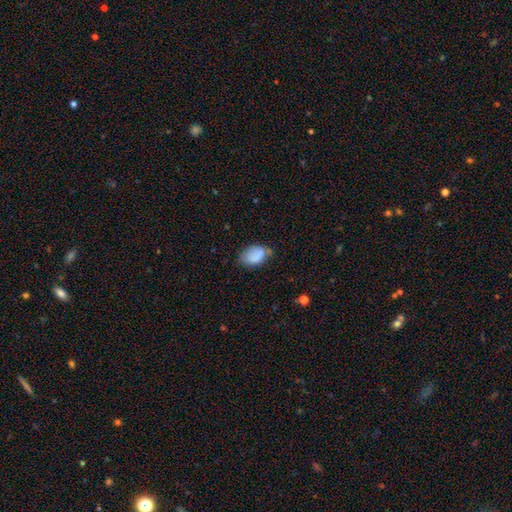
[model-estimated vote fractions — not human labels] smooth 81%, featured or disk 10%, star or artifact 9%. Down the decision tree: how rounded — in between (87%); merging — none (52%).